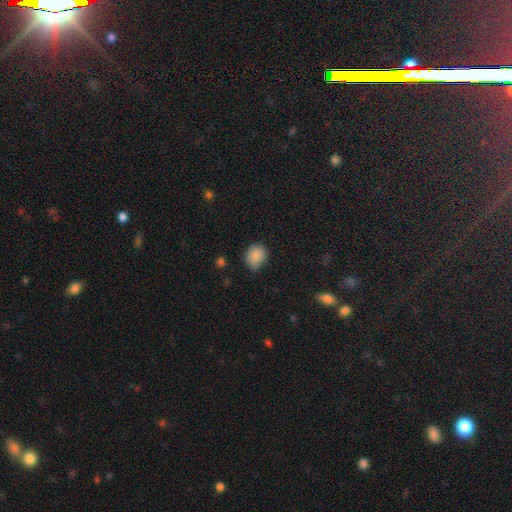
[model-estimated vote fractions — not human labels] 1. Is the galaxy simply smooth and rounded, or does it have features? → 87% smooth, 9% star or artifact, 4% featured or disk.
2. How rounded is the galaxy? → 55% round, 44% in between, 1% cigar-shaped.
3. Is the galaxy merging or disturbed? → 72% none, 23% minor disturbance, 4% major disturbance, 1% merger.